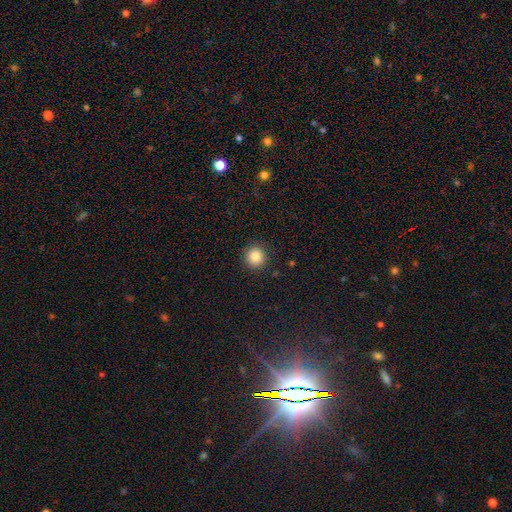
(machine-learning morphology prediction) Smooth or featured: smooth — 85% (star or artifact — 10%)
How rounded: round — 93% (in between — 6%)
Merging: none — 91% (minor disturbance — 6%)